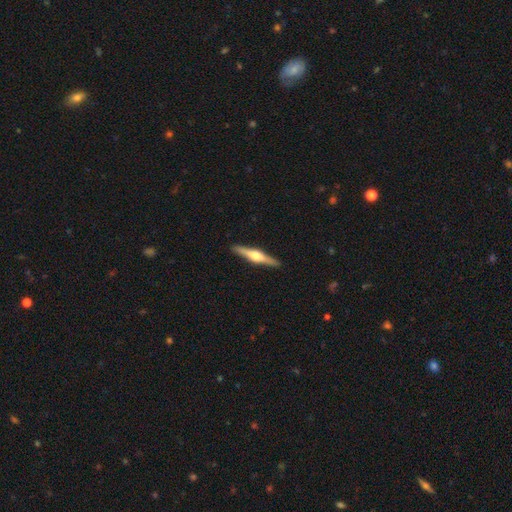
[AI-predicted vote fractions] smooth-or-featured: featured or disk: 74% | smooth: 21% | star or artifact: 5%
  disk-edge-on: yes: 98% | no: 2%
    edge-on-bulge: rounded: 94% | boxy: 4% | none: 2%
  merging: none: 92% | minor disturbance: 6% | major disturbance: 1% | merger: 1%